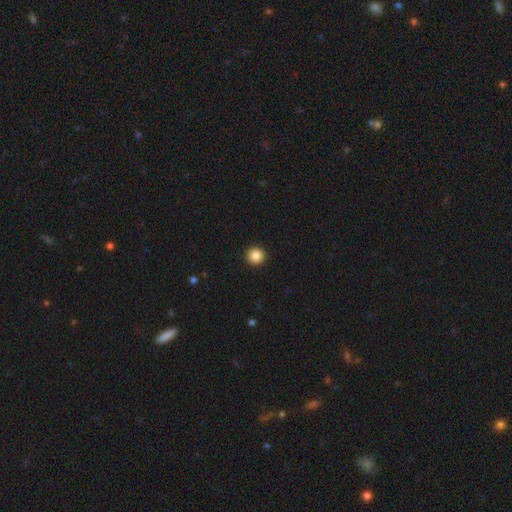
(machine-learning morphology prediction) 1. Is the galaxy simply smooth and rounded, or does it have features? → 87% smooth, 10% star or artifact, 3% featured or disk.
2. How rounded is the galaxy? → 95% round, 4% in between, 1% cigar-shaped.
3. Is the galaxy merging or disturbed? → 94% none, 4% minor disturbance, 1% major disturbance, 1% merger.